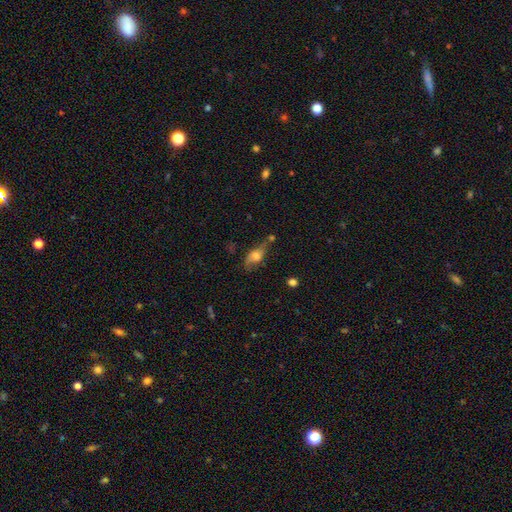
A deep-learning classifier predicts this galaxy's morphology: smooth-or-featured: smooth: 53% | featured or disk: 37% | star or artifact: 10%
  how-rounded: in between: 76% | cigar-shaped: 13% | round: 11%
  merging: none: 43% | minor disturbance: 28% | major disturbance: 15% | merger: 13%